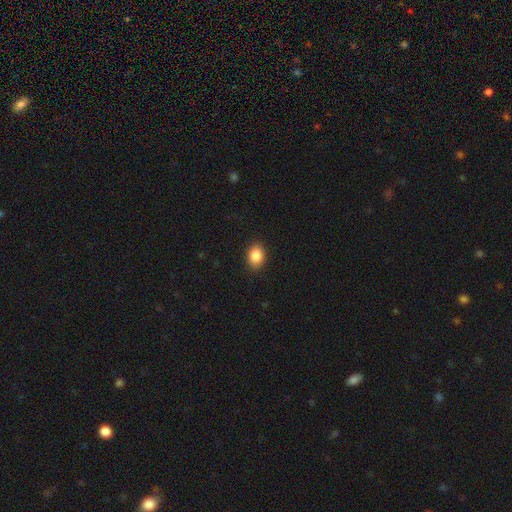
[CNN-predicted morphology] A smooth galaxy with no disk features (88%) that is in between round and cigar-shaped (64%).

Vote fractions:
- Smooth or featured? smooth: 88% / star or artifact: 8% / featured or disk: 4%
- How rounded? in between: 64% / round: 35% / cigar-shaped: 1%
- Merging? none: 89% / minor disturbance: 8% / major disturbance: 2% / merger: 1%